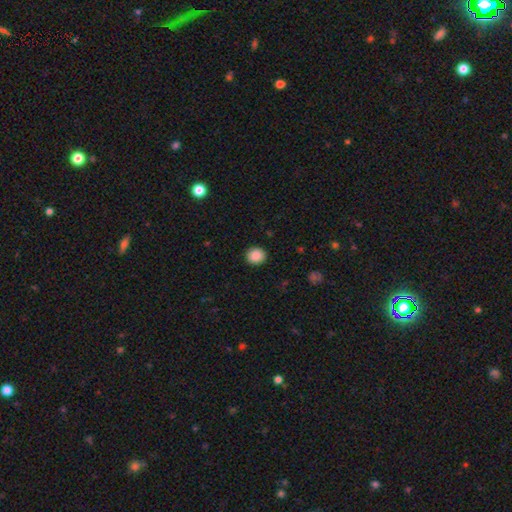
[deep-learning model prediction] This appears to be a smooth galaxy with no disk features (88%) that is round (84%). Merging: none (91%).